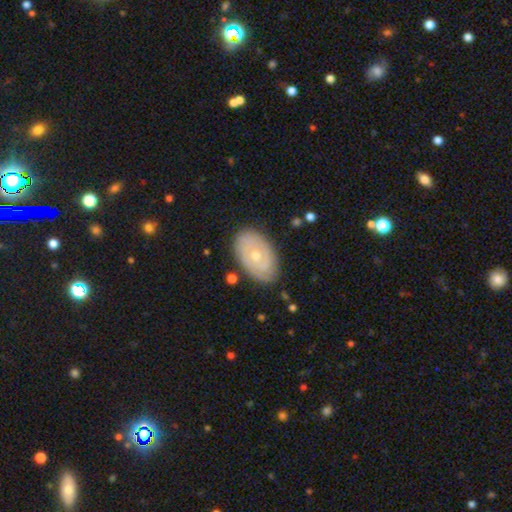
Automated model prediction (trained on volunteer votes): Q: Smooth or featured?
A: featured or disk (72%); runner-up: smooth (22%)
Q: Edge-on disk?
A: no (95%); runner-up: yes (5%)
Q: Bar?
A: no (75%); runner-up: weak (21%)
Q: Spiral arms?
A: yes (78%); runner-up: no (22%)
Q: Spiral winding?
A: tight (72%); runner-up: medium (21%)
Q: Spiral arm count?
A: 2 (47%); runner-up: can't tell (34%)
Q: Bulge size?
A: small (50%); runner-up: moderate (47%)
Q: Merging?
A: none (82%); runner-up: minor disturbance (14%)